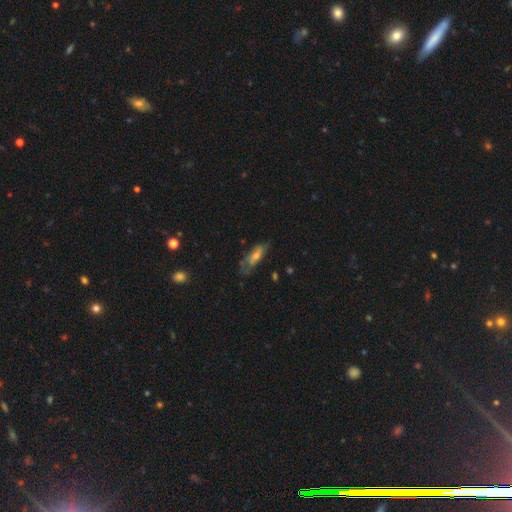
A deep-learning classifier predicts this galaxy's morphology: A featured or disk galaxy (46%). Merging: none (53%).